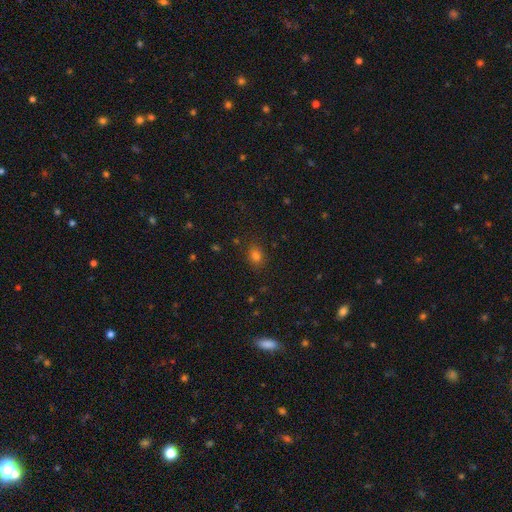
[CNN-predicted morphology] Smooth or featured? Predicted: smooth (p=0.76). How rounded? Predicted: in between (p=0.54). Merging? Predicted: none (p=0.84).